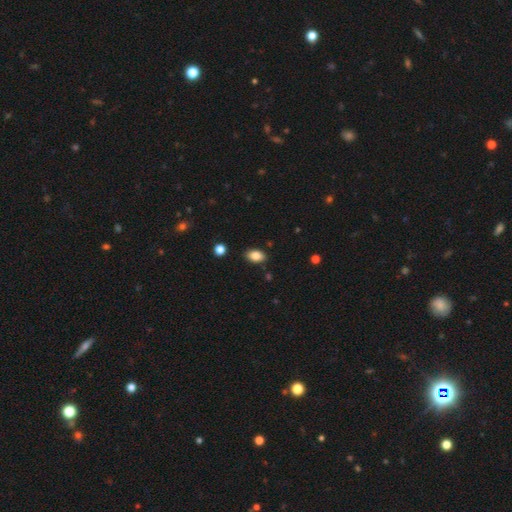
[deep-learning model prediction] This is clearly a smooth galaxy (84%). How rounded: clearly in between (89%). Merging: clearly none (86%).